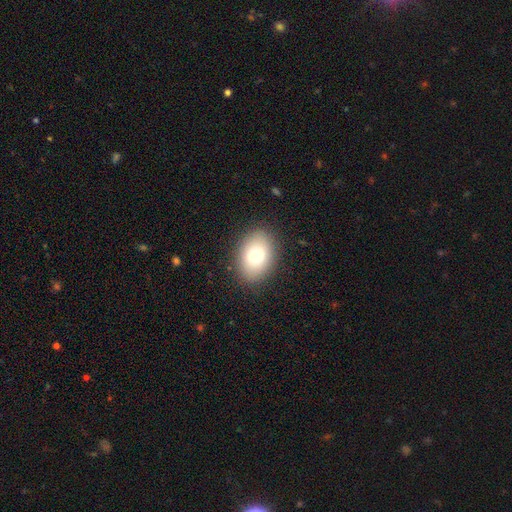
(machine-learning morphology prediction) type=smooth (78%); roundness=in between (81%); merging=none (87%).